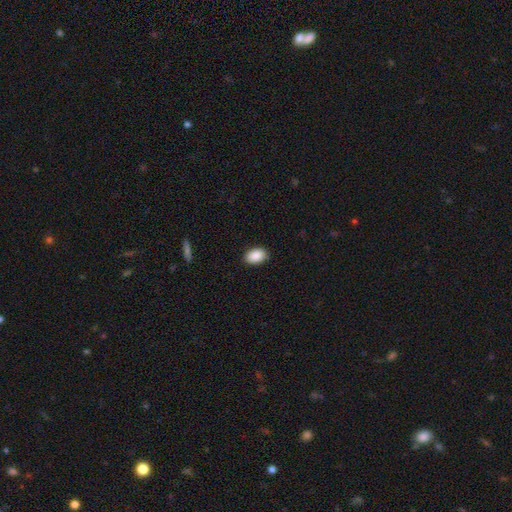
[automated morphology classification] type=smooth (90%); roundness=in between (89%); merging=none (89%).